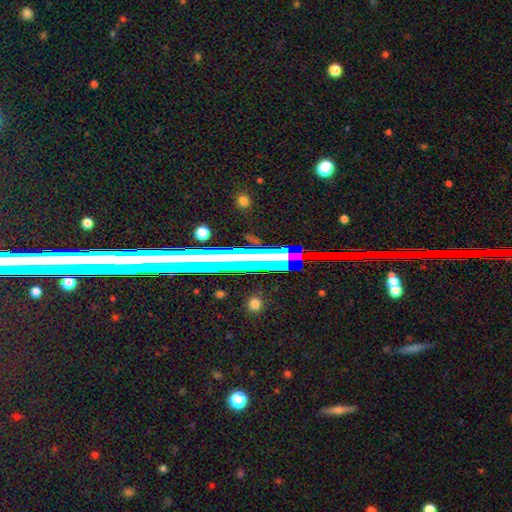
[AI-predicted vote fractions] Morphology: type=star or artifact (48%).